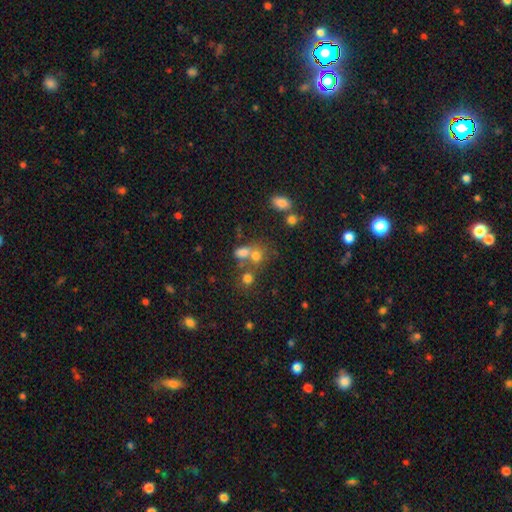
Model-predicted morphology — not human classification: smooth-or-featured: smooth: 69% | star or artifact: 18% | featured or disk: 13%
  how-rounded: round: 59% | in between: 39% | cigar-shaped: 2%
  merging: merger: 43% | none: 40% | minor disturbance: 10% | major disturbance: 6%